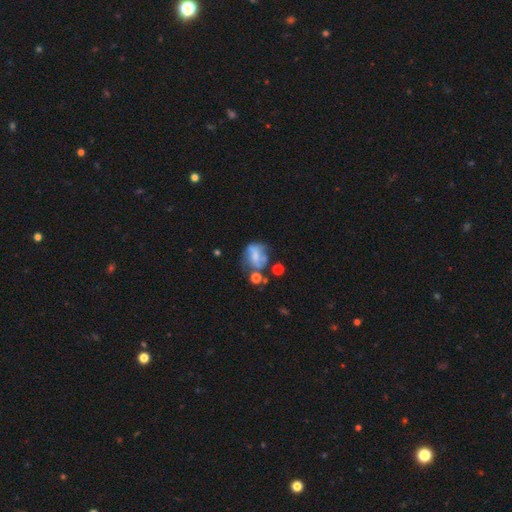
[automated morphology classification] smooth_or_featured: smooth (p=0.45) [alt: featured or disk p=0.43]
merging: none (p=0.37) [alt: minor disturbance p=0.24]